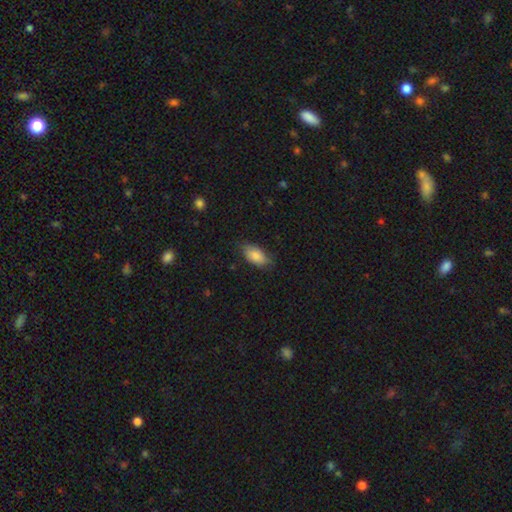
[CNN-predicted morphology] smooth 83%, featured or disk 10%, star or artifact 7%. Down the decision tree: how rounded — in between (92%); merging — none (71%).